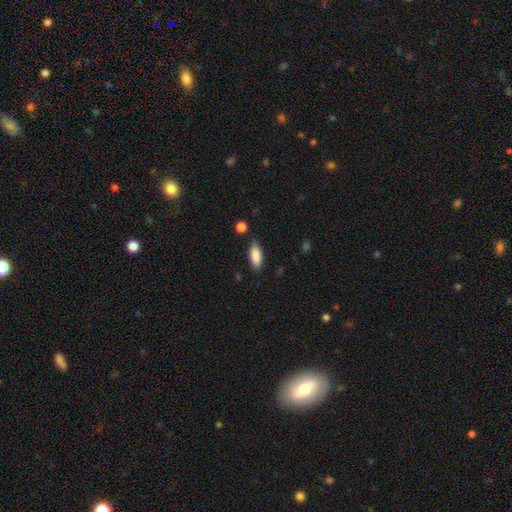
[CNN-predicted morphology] Q: Smooth or featured?
A: smooth (88%); runner-up: star or artifact (6%)
Q: How rounded?
A: in between (78%); runner-up: cigar-shaped (20%)
Q: Merging?
A: none (82%); runner-up: minor disturbance (13%)